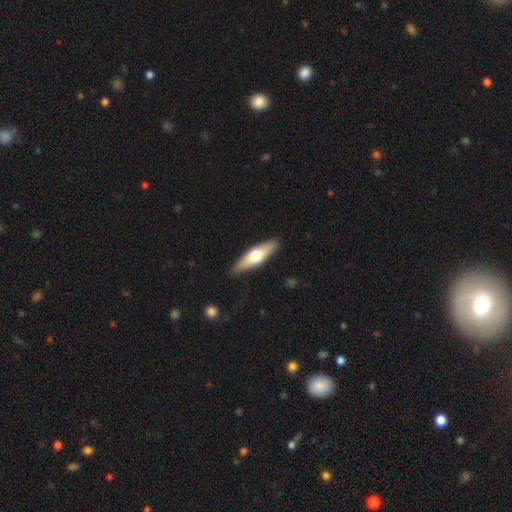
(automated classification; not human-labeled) Overall: smooth (53%; featured or disk 42%). How rounded: cigar-shaped (59%; in between 39%). Merging: none (88%).